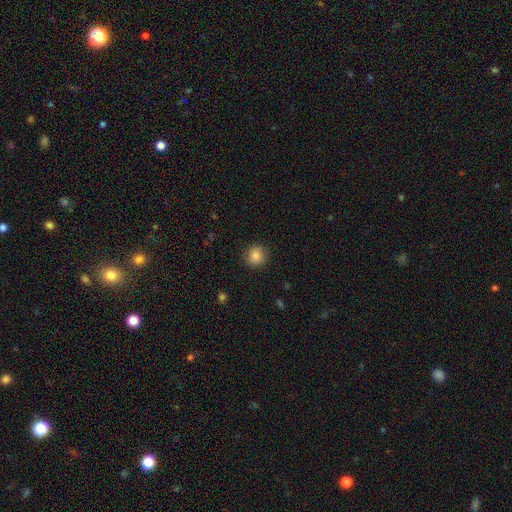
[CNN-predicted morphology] smooth 85%, star or artifact 10%, featured or disk 5%. Down the decision tree: how rounded — round (85%); merging — none (86%).